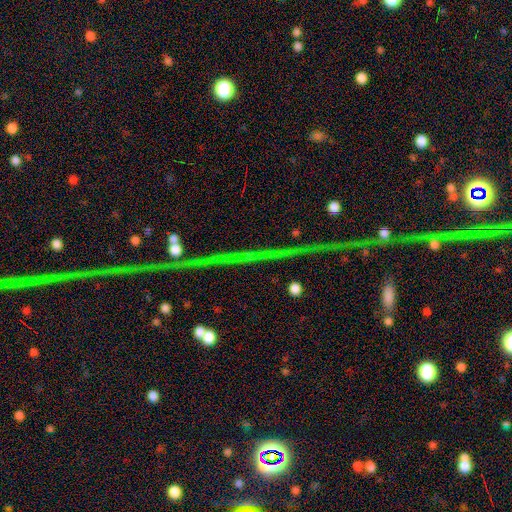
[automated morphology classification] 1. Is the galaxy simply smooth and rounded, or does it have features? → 78% star or artifact, 12% featured or disk, 10% smooth.